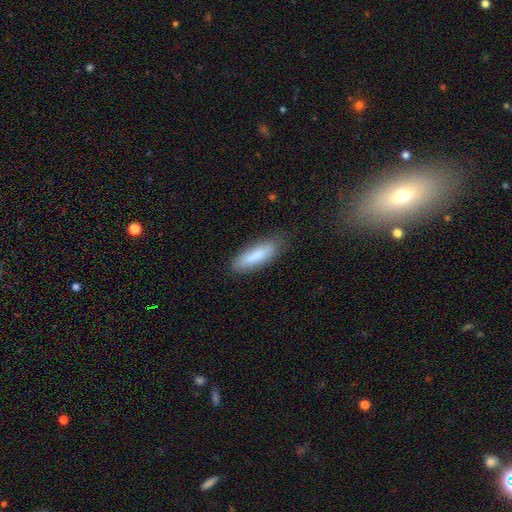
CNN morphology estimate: The model was most divided on "how rounded": cigar-shaped: 54%, in between: 45%, round: 2%. More confident: smooth or featured — smooth (84%); merging — none (81%).